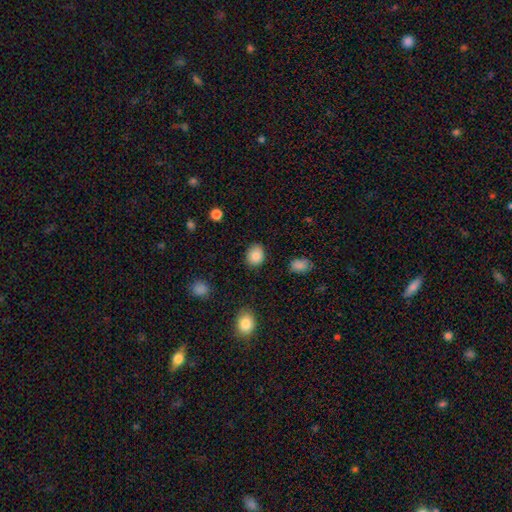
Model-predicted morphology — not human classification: Smooth or featured? smooth (87%)
How rounded? round (53%)
Merging? none (86%)